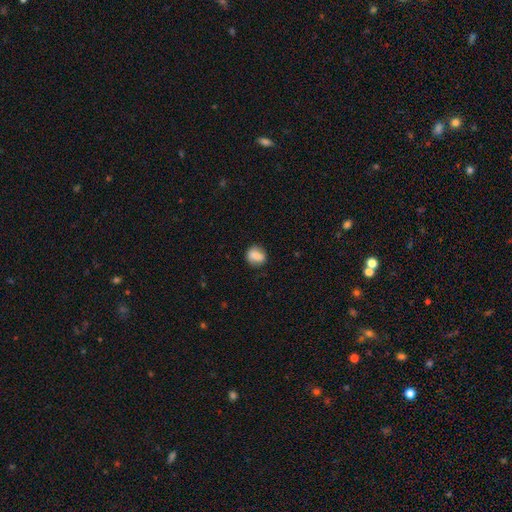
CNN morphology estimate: A smooth galaxy with no disk features (82%) that is round (54%). Merging: none (77%).